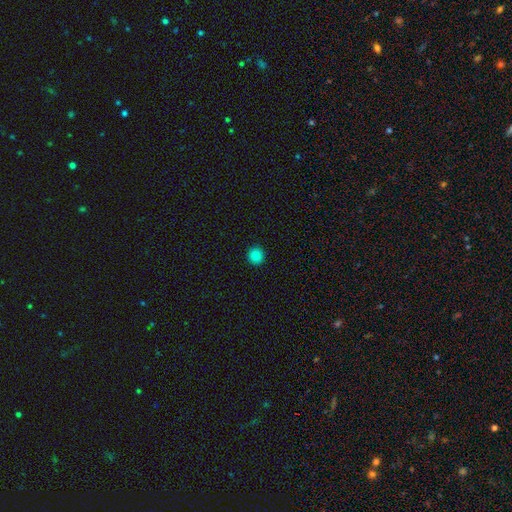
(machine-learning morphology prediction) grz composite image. It shows a smooth galaxy with no disk features (85%) that is round (93%). Merging: none (93%).